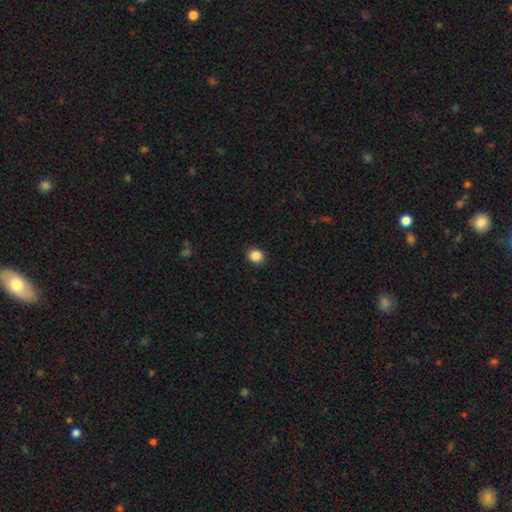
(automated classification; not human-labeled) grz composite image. It shows a smooth galaxy with no disk features (87%) that is round (75%). Merging: none (91%).